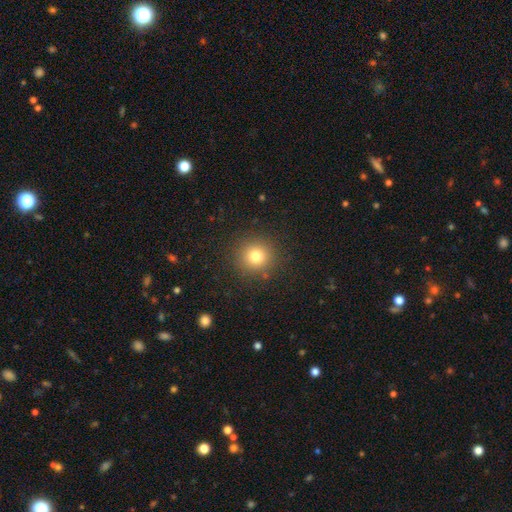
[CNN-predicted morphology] smooth-or-featured: smooth: 78% | star or artifact: 15% | featured or disk: 8%
  how-rounded: round: 93% | in between: 6% | cigar-shaped: 1%
  merging: none: 89% | minor disturbance: 7% | major disturbance: 3% | merger: 1%